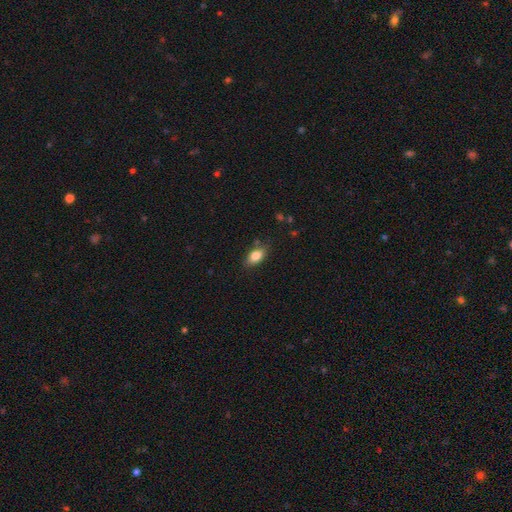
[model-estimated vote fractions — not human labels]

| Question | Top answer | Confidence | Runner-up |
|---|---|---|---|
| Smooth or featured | smooth | 83% | featured or disk (10%) |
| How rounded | in between | 87% | round (7%) |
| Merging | none | 79% | minor disturbance (15%) |